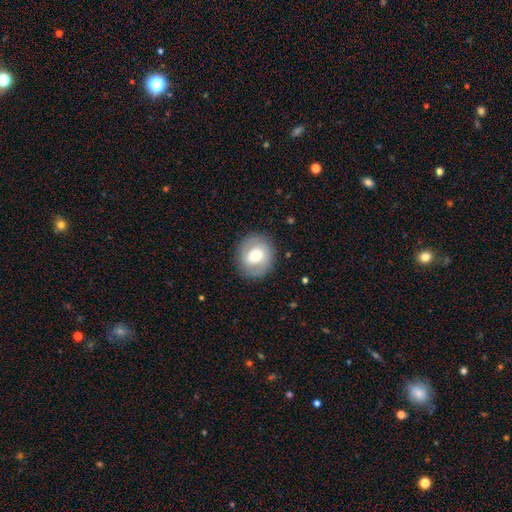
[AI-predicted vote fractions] Smooth or featured? Predicted: smooth (p=0.54). How rounded? Predicted: round (p=0.77). Merging? Predicted: none (p=0.84).